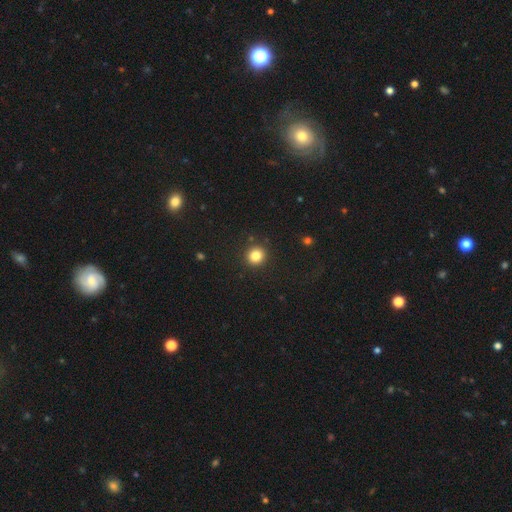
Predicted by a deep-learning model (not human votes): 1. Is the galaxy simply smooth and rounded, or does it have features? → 84% smooth, 11% star or artifact, 5% featured or disk.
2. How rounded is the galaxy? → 91% round, 8% in between, 1% cigar-shaped.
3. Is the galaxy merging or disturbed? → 91% none, 5% minor disturbance, 2% major disturbance, 1% merger.